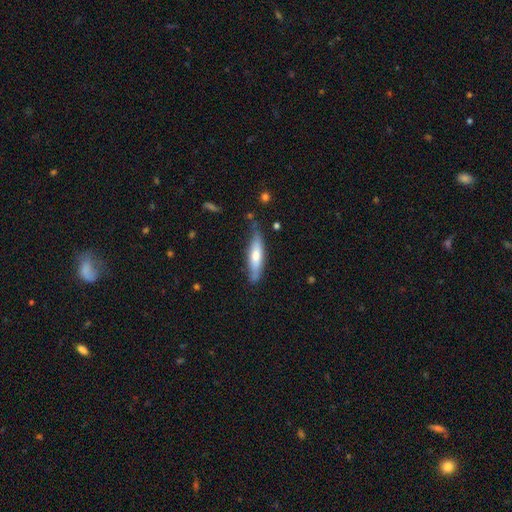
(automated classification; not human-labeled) Smooth or featured: smooth — 55% (featured or disk — 39%)
How rounded: cigar-shaped — 75% (in between — 23%)
Merging: none — 73% (minor disturbance — 21%)